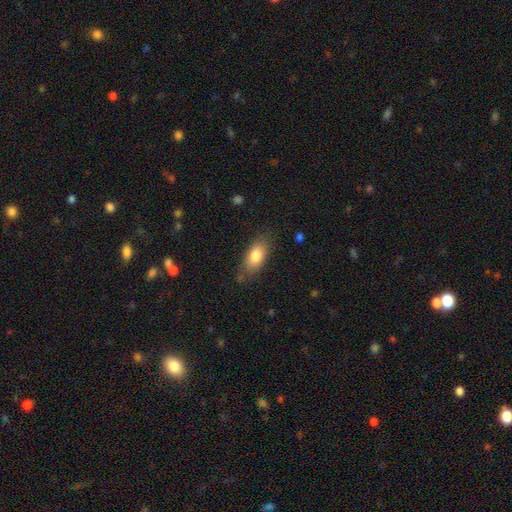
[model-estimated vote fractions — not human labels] A smooth galaxy with no disk features (80%) that is in between round and cigar-shaped (84%).

Vote fractions:
- Smooth or featured? smooth: 80% / featured or disk: 13% / star or artifact: 7%
- How rounded? in between: 84% / cigar-shaped: 11% / round: 5%
- Merging? none: 77% / minor disturbance: 17% / major disturbance: 4% / merger: 2%